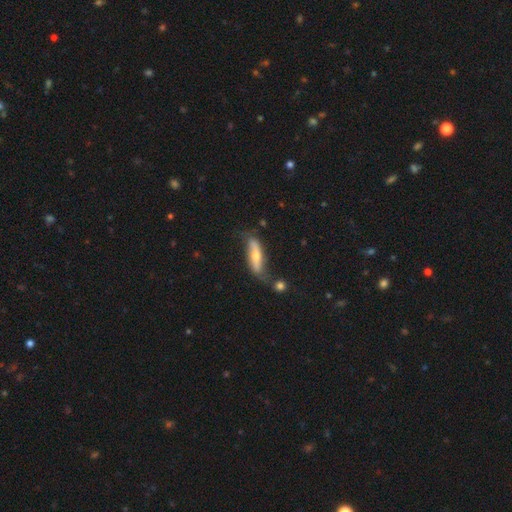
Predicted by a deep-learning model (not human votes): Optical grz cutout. It shows a featured or disk galaxy (50%) viewed edge-on (53%). Merging: none (52%).